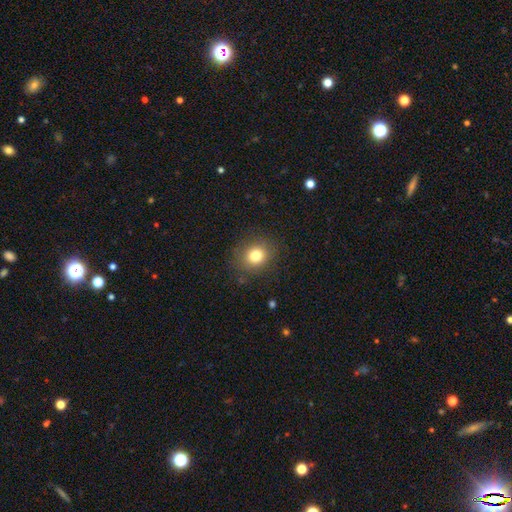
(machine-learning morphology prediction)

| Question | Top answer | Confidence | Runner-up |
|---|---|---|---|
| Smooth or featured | smooth | 79% | star or artifact (12%) |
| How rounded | round | 76% | in between (23%) |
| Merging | none | 85% | minor disturbance (10%) |